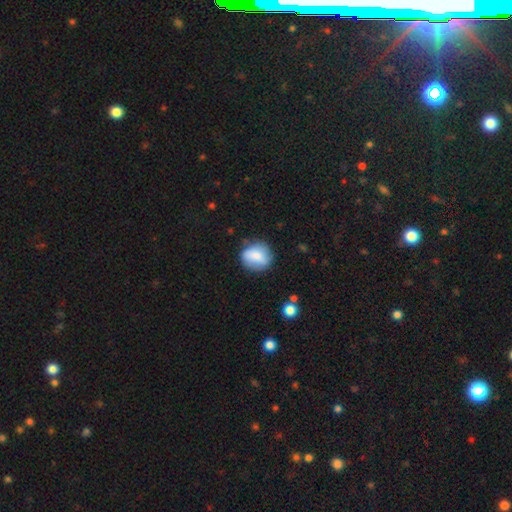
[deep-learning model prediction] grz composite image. It shows a smooth galaxy with no disk features (73%) that is round (79%). Merging: none (75%).